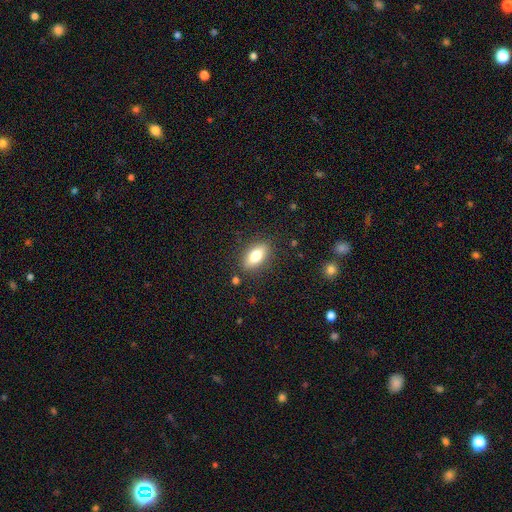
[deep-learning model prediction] smooth_or_featured: smooth (p=0.75) [alt: featured or disk p=0.18]
how_rounded: in between (p=0.83) [alt: cigar-shaped p=0.12]
merging: none (p=0.85) [alt: minor disturbance p=0.10]